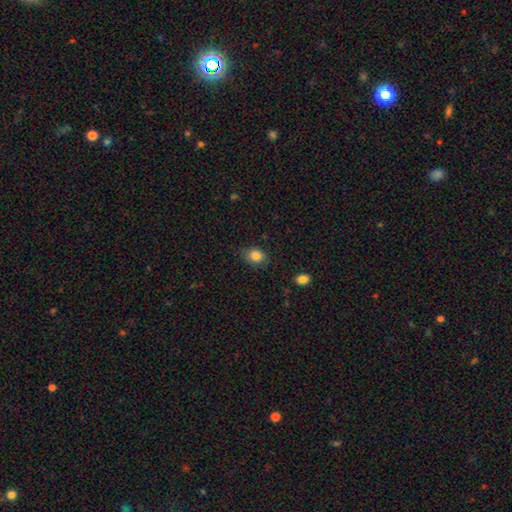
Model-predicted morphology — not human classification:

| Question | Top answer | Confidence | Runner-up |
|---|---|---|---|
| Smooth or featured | smooth | 85% | star or artifact (10%) |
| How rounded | in between | 57% | round (42%) |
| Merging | none | 77% | minor disturbance (18%) |